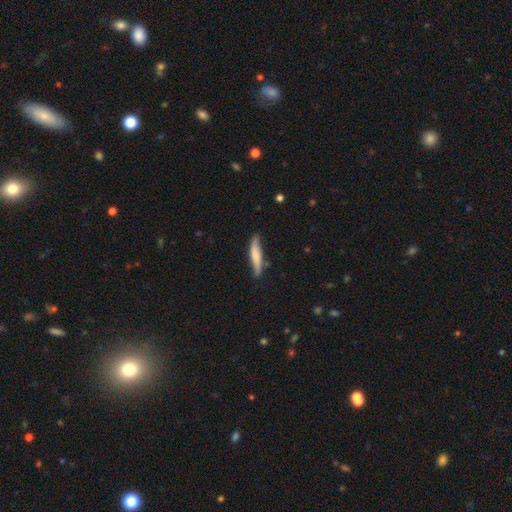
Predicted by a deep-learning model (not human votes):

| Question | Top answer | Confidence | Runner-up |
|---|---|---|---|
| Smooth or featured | smooth | 66% | featured or disk (28%) |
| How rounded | cigar-shaped | 87% | in between (12%) |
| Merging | none | 75% | minor disturbance (20%) |